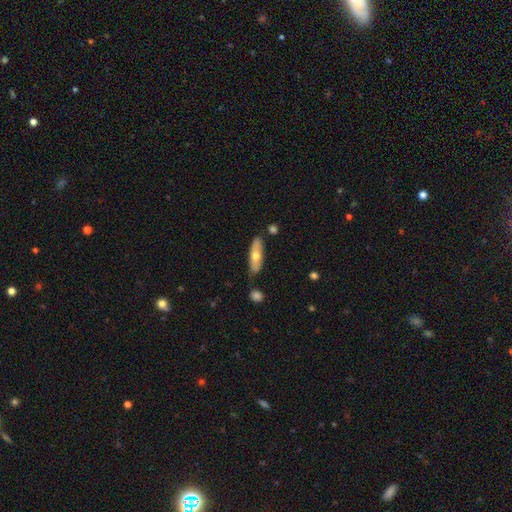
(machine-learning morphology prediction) Overall: smooth (60%; featured or disk 34%). How rounded: in between (49%; cigar-shaped 48%). Merging: none (76%).